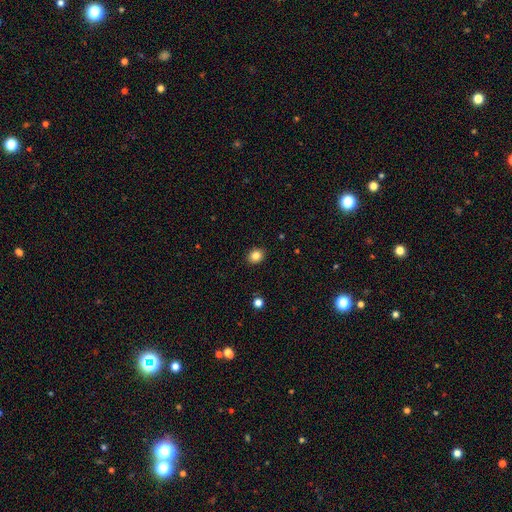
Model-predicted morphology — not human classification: Overall: smooth (84%). How rounded: round (65%; in between 34%). Merging: none (91%).